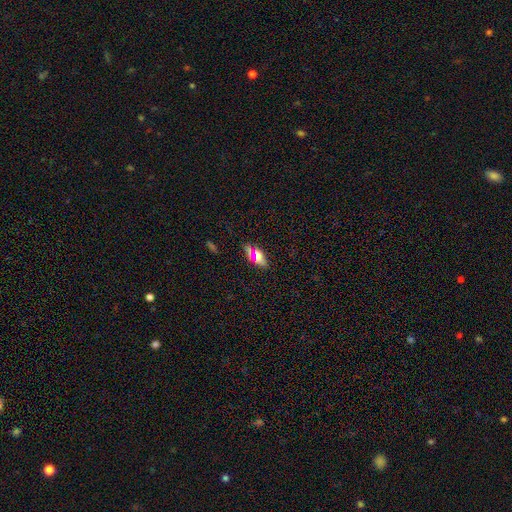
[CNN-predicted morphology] smooth 64%, star or artifact 21%, featured or disk 15%. Down the decision tree: how rounded — in between (82%); merging — none (82%).